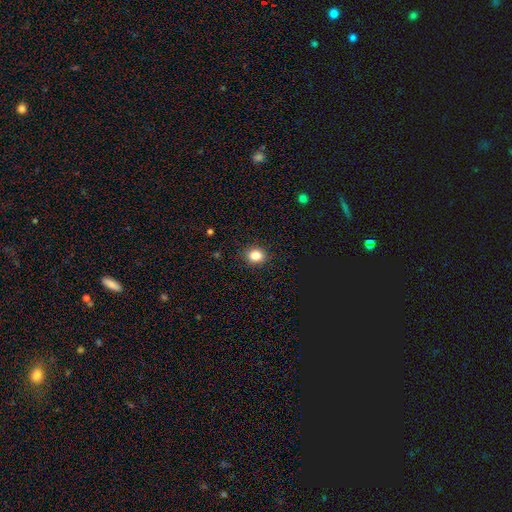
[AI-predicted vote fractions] Morphology: type=smooth (84%); roundness=round (67%); merging=none (90%).